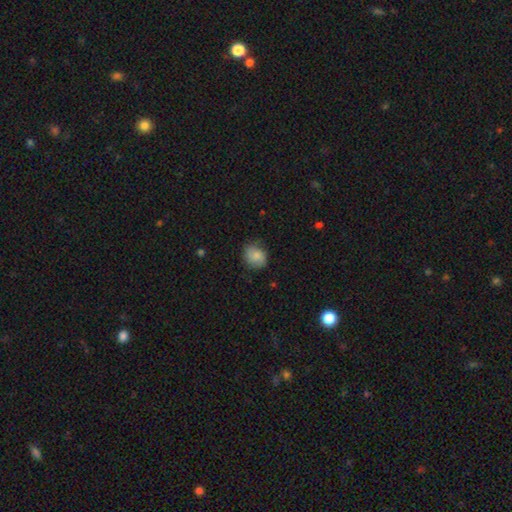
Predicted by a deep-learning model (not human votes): Smooth or featured? smooth (78%)
How rounded? round (66%)
Merging? none (70%)